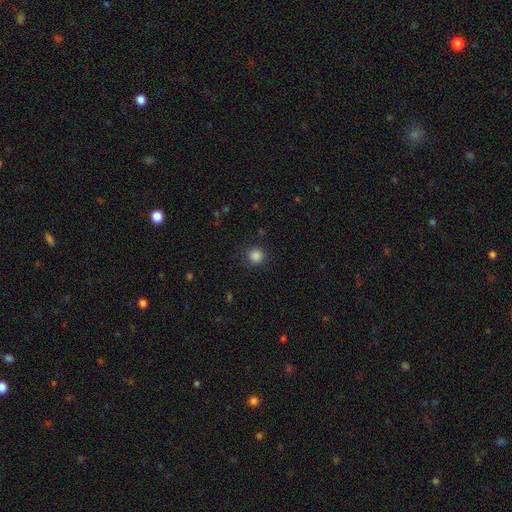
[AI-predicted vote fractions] Smooth or featured: smooth — 85% (star or artifact — 12%)
How rounded: round — 94% (in between — 5%)
Merging: none — 87% (minor disturbance — 9%)